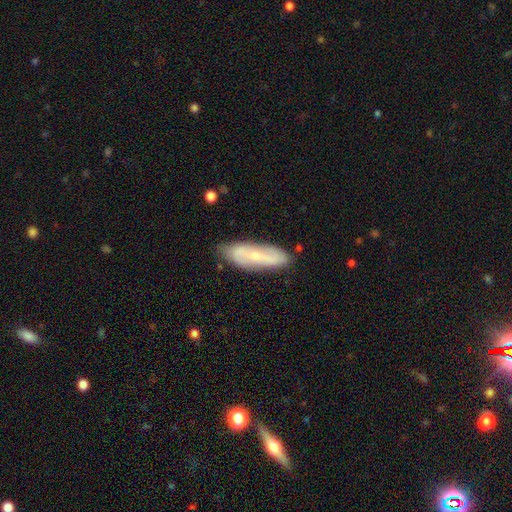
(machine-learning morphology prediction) Q: Smooth or featured?
A: featured or disk (50%); runner-up: smooth (43%)
Q: Merging?
A: none (81%); runner-up: minor disturbance (14%)